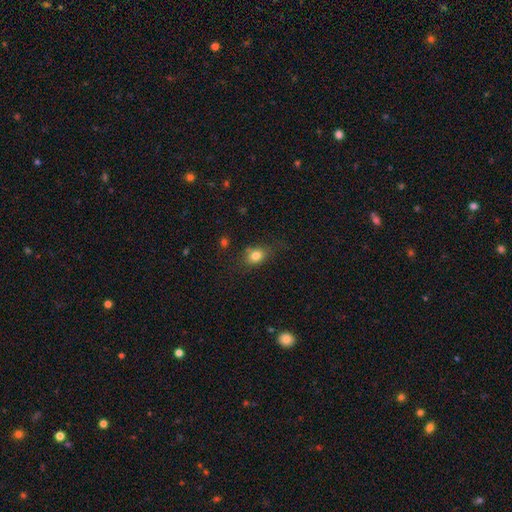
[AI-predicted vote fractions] Smooth or featured? smooth (80%)
How rounded? in between (58%)
Merging? none (67%)